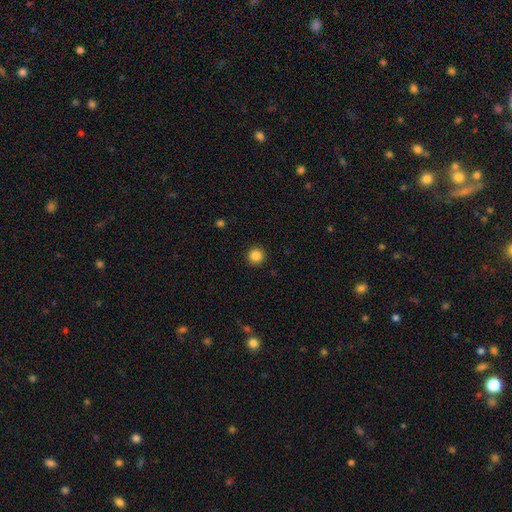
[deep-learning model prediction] Smooth or featured?
  - smooth: 86% *
  - star or artifact: 11%
  - featured or disk: 4%
How rounded?
  - round: 95% *
  - in between: 4%
  - cigar-shaped: 1%
Merging?
  - none: 93% *
  - minor disturbance: 5%
  - major disturbance: 2%
  - merger: 1%